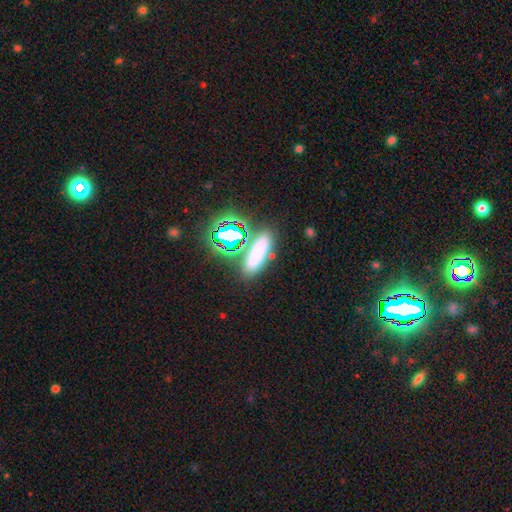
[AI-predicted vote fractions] This is likely a smooth galaxy (64%). How rounded: possibly in between (55%). Merging: likely none (75%).